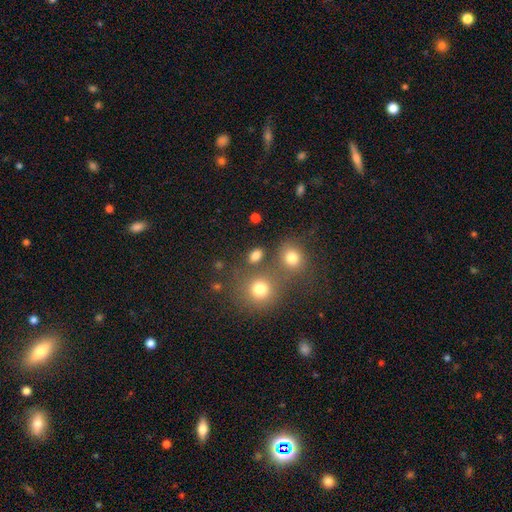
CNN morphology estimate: Overall: smooth (79%). How rounded: in between (51%; round 47%). Merging: none (70%).